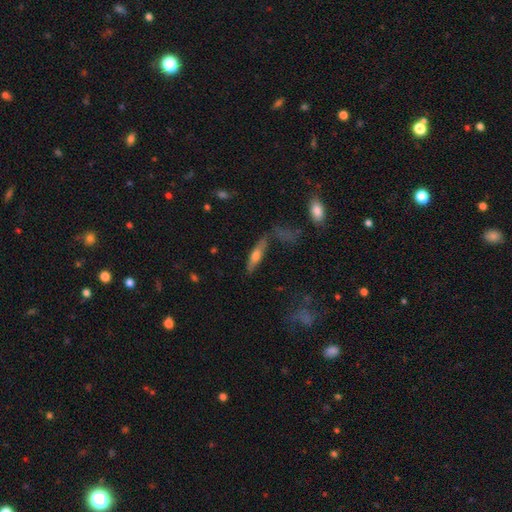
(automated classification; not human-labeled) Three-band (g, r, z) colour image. It shows a smooth galaxy with no disk features (56%) that is cigar-shaped (69%). Merging: none (65%).